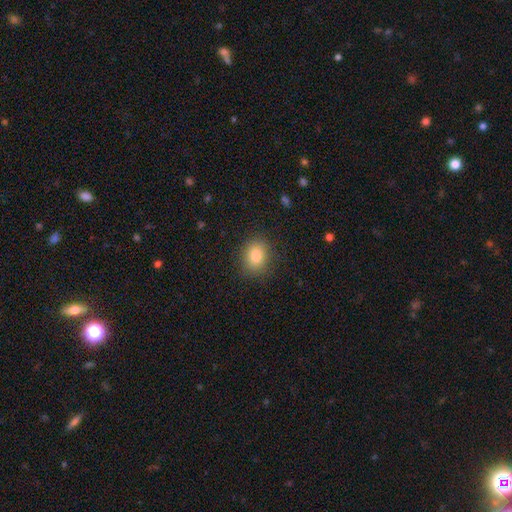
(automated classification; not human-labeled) This is clearly a smooth galaxy (82%). How rounded: possibly round (54%). Merging: clearly none (87%).